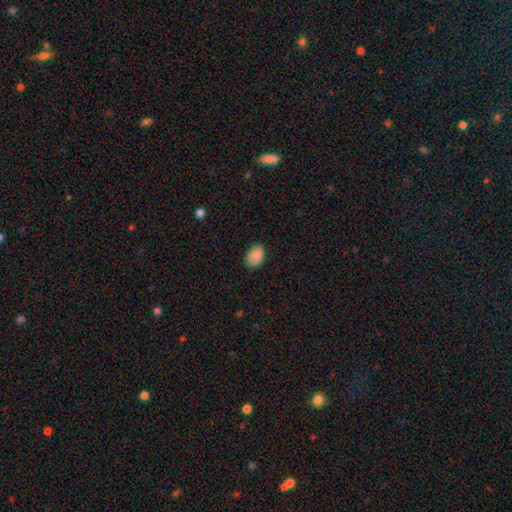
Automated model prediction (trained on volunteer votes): A smooth galaxy with no disk features (89%) that is in between round and cigar-shaped (84%). Merging: none (82%).